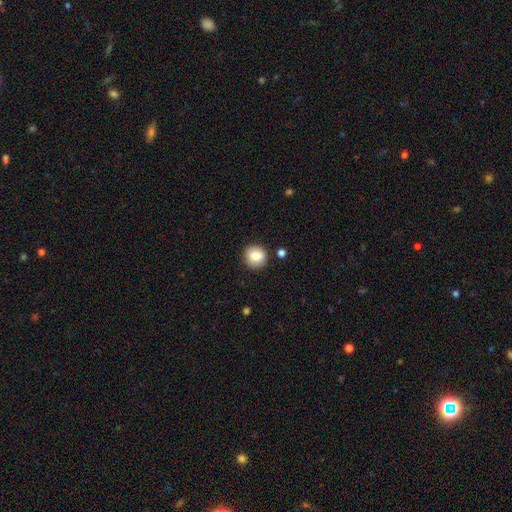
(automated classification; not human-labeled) Morphology: type=smooth (84%); roundness=round (88%); merging=none (86%).